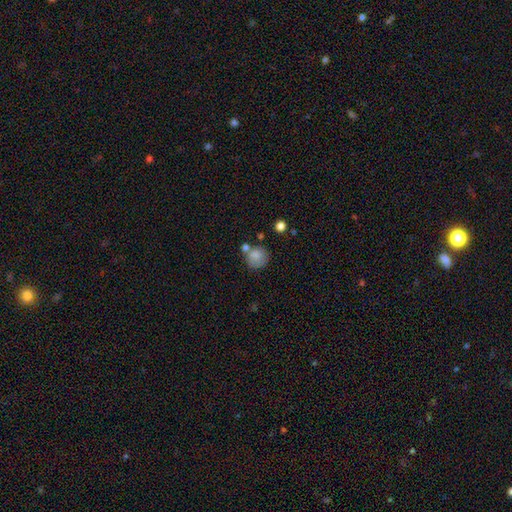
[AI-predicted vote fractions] The model was most divided on "merging": none: 59%, minor disturbance: 17%, merger: 17%, major disturbance: 7%. More confident: how rounded — round (84%); smooth or featured — smooth (81%).